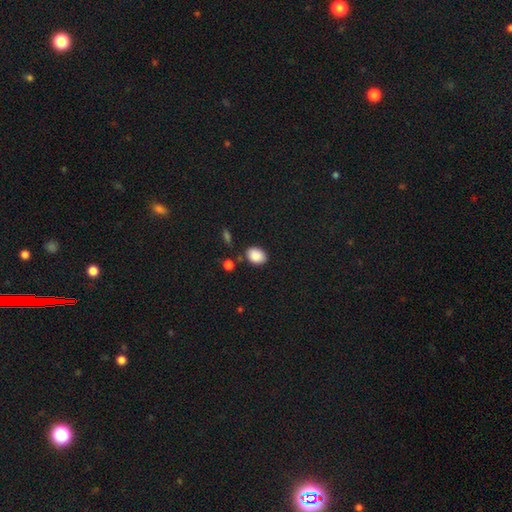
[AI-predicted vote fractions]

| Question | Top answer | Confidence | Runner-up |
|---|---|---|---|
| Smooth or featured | smooth | 88% | star or artifact (8%) |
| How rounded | in between | 74% | round (25%) |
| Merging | none | 77% | minor disturbance (15%) |